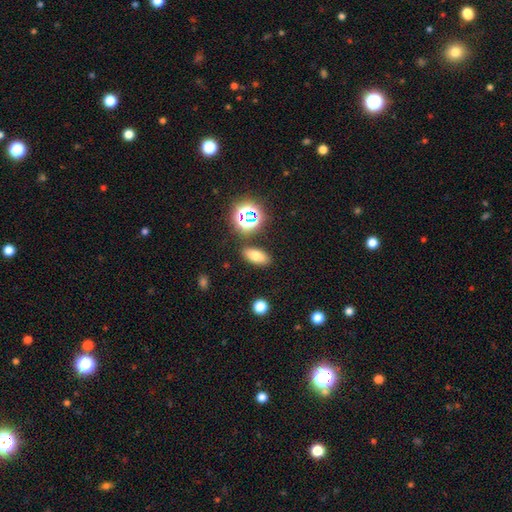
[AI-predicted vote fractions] Q: Smooth or featured?
A: smooth (70%); runner-up: star or artifact (18%)
Q: How rounded?
A: in between (81%); runner-up: cigar-shaped (12%)
Q: Merging?
A: none (85%); runner-up: minor disturbance (8%)